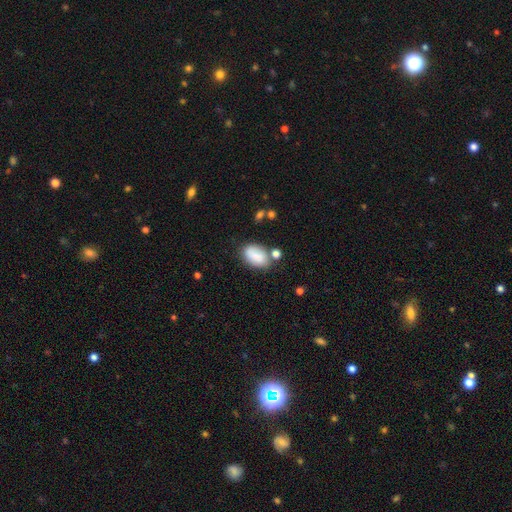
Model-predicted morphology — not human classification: smooth 82%, featured or disk 10%, star or artifact 8%. Down the decision tree: how rounded — in between (89%); merging — none (59%).